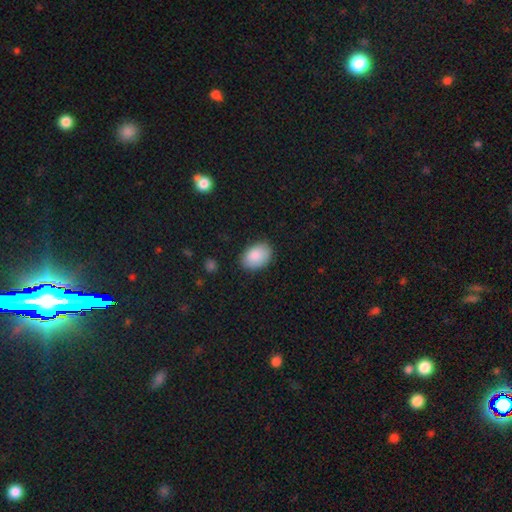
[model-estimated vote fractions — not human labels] Q: Smooth or featured?
A: smooth (88%); runner-up: star or artifact (7%)
Q: How rounded?
A: in between (86%); runner-up: round (13%)
Q: Merging?
A: none (84%); runner-up: minor disturbance (12%)